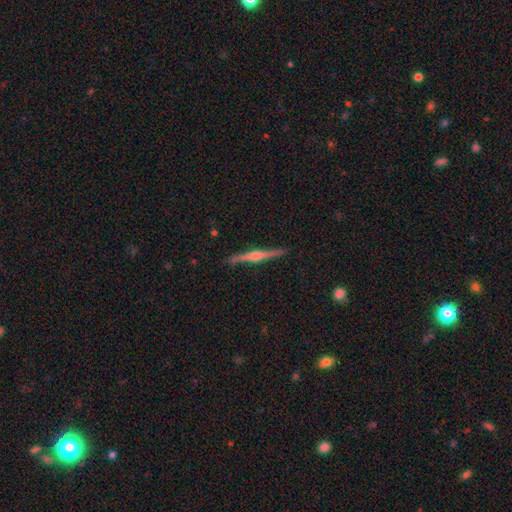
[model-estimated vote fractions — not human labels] Smooth or featured: featured or disk — 81% (smooth — 14%)
Edge-on disk: yes — 98% (no — 2%)
Edge-on bulge: rounded — 87% (boxy — 8%)
Merging: none — 91% (minor disturbance — 7%)